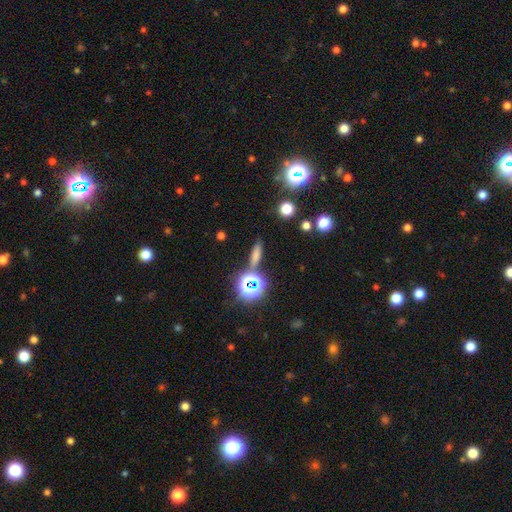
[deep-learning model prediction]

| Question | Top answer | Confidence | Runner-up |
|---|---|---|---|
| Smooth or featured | smooth | 62% | star or artifact (25%) |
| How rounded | cigar-shaped | 63% | in between (25%) |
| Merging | none | 77% | minor disturbance (10%) |